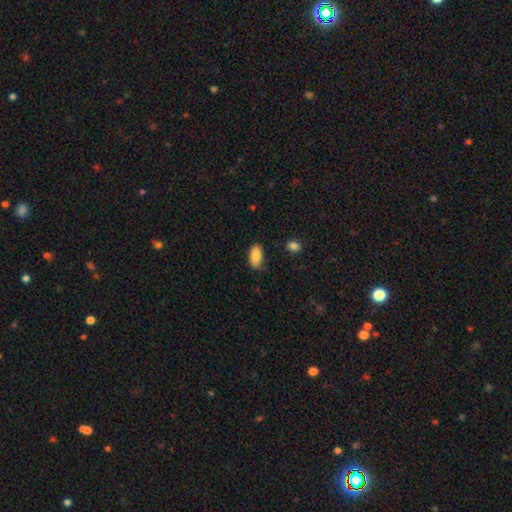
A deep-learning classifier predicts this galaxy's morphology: smooth-or-featured: smooth: 88% | star or artifact: 7% | featured or disk: 5%
  how-rounded: in between: 93% | cigar-shaped: 4% | round: 3%
  merging: none: 71% | minor disturbance: 23% | major disturbance: 4% | merger: 2%